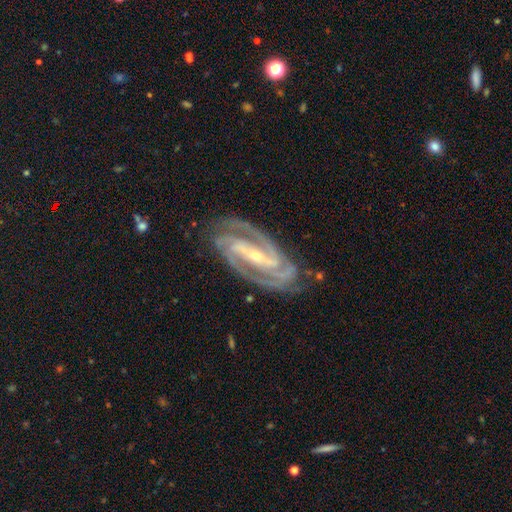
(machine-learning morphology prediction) featured or disk 93%, star or artifact 4%, smooth 2%. Down the decision tree: edge-on disk — no (96%); bar — strong (66%); spiral arms — yes (99%); spiral arm count — 2 (76%); spiral winding — tight (55%); bulge size — small (69%); merging — none (80%).